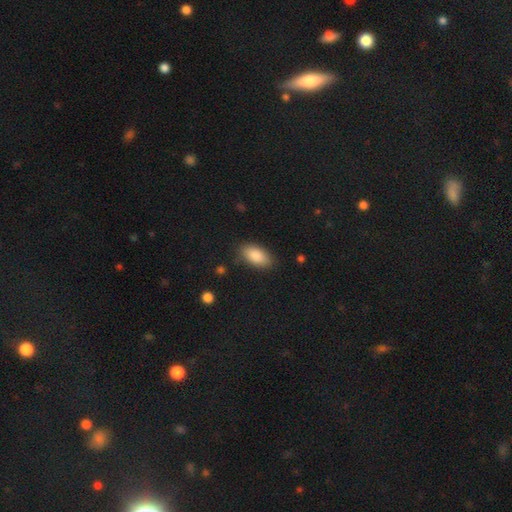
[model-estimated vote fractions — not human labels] smooth-or-featured: smooth: 86% | featured or disk: 7% | star or artifact: 7%
  how-rounded: in between: 92% | cigar-shaped: 5% | round: 3%
  merging: none: 83% | minor disturbance: 12% | major disturbance: 3% | merger: 1%